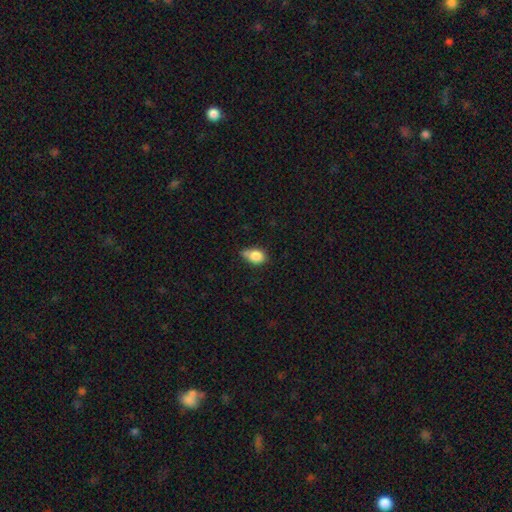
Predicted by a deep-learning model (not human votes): A smooth galaxy with no disk features (83%) that is in between round and cigar-shaped (68%). Merging: minor disturbance (41%, tied with none).